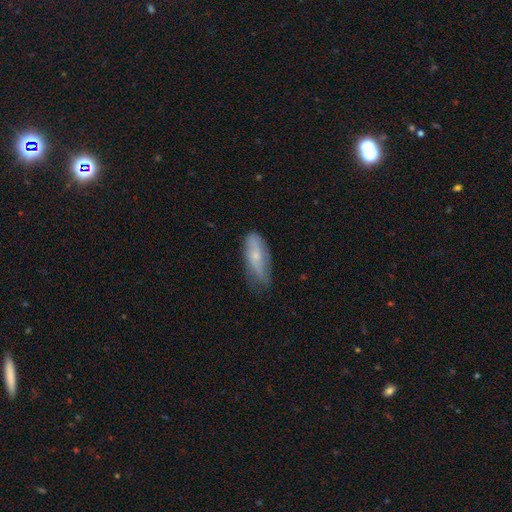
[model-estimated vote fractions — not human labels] This is possibly a smooth galaxy (52%). How rounded: likely in between (70%). Merging: possibly none (50%).